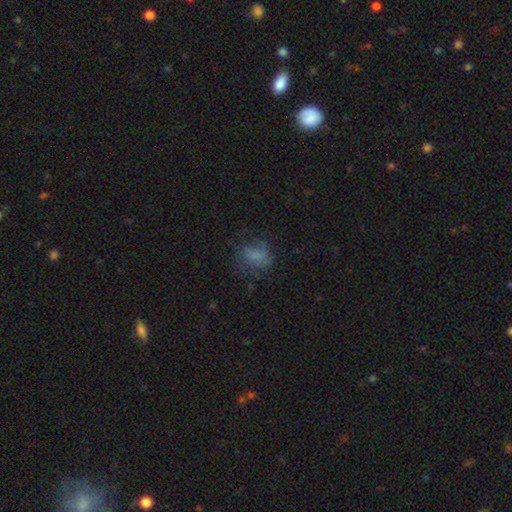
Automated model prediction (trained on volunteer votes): Smooth or featured? smooth (66%)
How rounded? in between (68%)
Merging? none (54%)